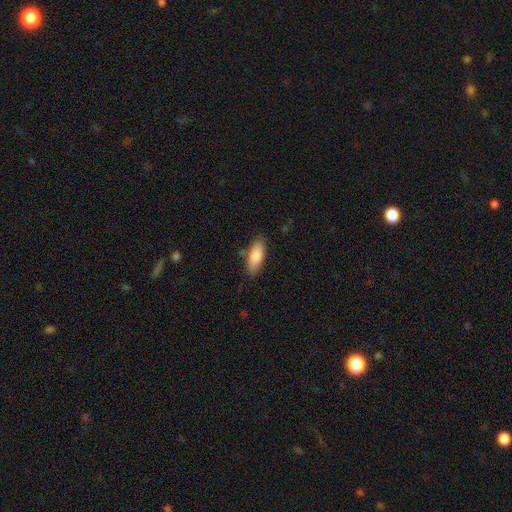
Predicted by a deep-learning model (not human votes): Overall: smooth (83%). How rounded: in between (74%). Merging: none (81%).